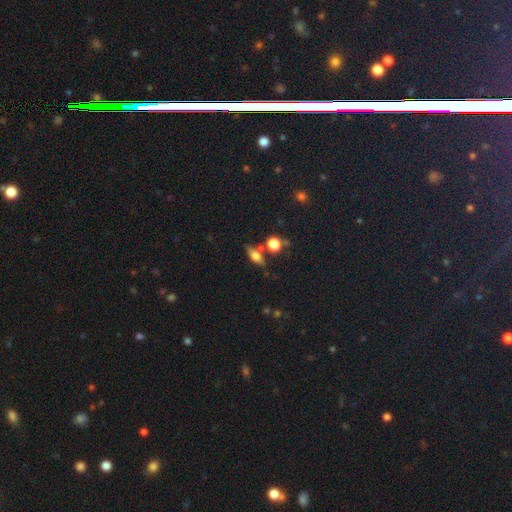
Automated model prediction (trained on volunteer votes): smooth-or-featured: smooth: 65% | featured or disk: 24% | star or artifact: 11%
  how-rounded: in between: 64% | cigar-shaped: 23% | round: 13%
  merging: none: 67% | merger: 15% | minor disturbance: 13% | major disturbance: 5%